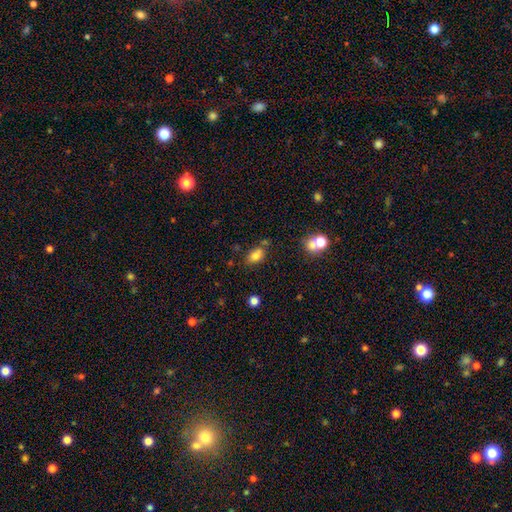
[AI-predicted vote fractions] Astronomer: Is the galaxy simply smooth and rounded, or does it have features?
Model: smooth — 79%.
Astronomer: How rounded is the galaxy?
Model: in between — 83%.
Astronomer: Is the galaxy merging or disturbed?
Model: none — 65%.